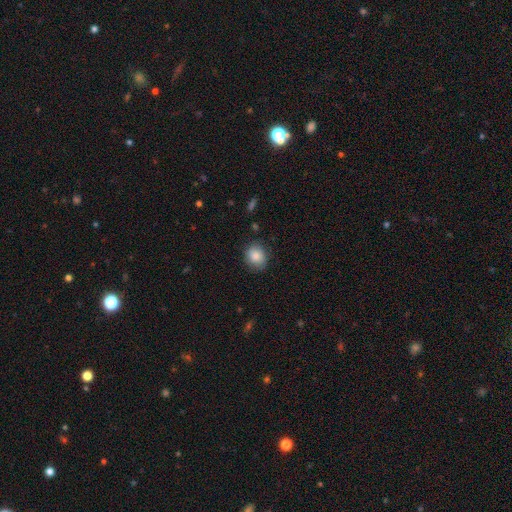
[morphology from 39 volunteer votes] Smooth or featured: smooth — 79% (featured or disk — 18%)
How rounded: round — 65% (in between — 35%)
Merging: none — 76% (minor disturbance — 21%)